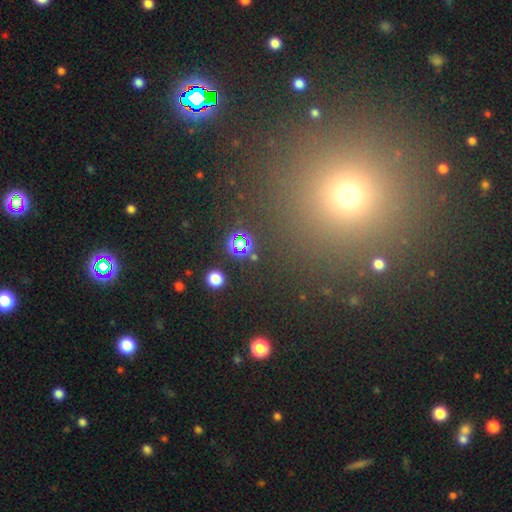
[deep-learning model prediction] smooth-or-featured: star or artifact: 53% | smooth: 39% | featured or disk: 8%